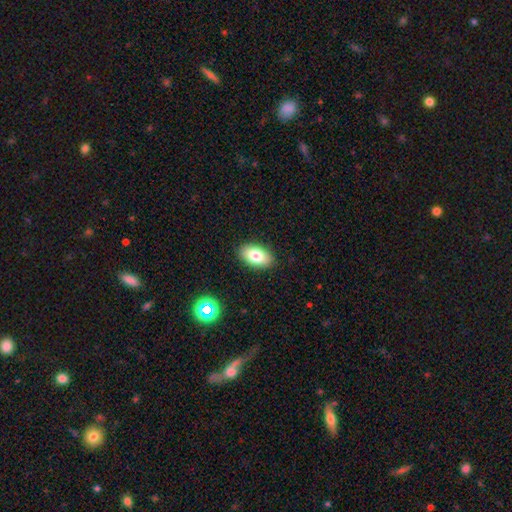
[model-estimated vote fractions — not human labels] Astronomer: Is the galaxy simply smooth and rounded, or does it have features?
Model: smooth — 80%.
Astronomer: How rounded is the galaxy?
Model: in between — 93%.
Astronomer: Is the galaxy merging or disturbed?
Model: none — 89%.